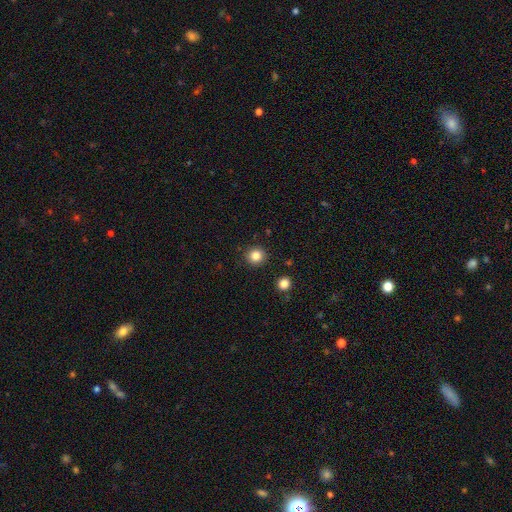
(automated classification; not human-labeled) smooth-or-featured: smooth: 84% | star or artifact: 12% | featured or disk: 5%
  how-rounded: round: 93% | in between: 6% | cigar-shaped: 1%
  merging: none: 91% | minor disturbance: 5% | major disturbance: 2% | merger: 2%